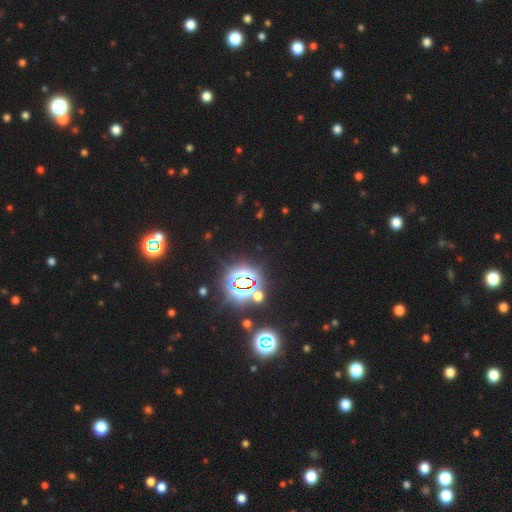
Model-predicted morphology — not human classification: A star or artifact, not a galaxy (75%).